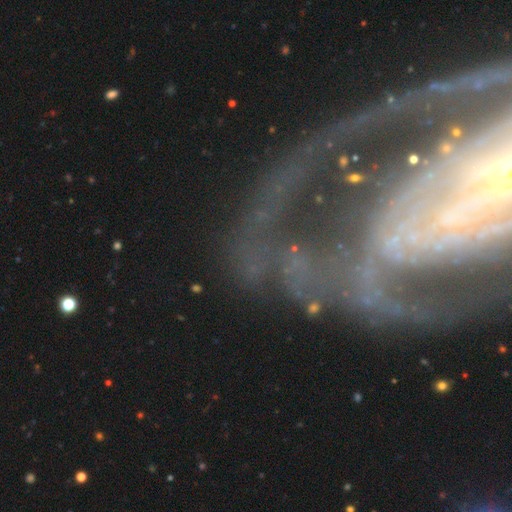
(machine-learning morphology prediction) Smooth or featured? Predicted: featured or disk (p=0.73). Edge-on disk? Predicted: no (p=0.92). Bar? Predicted: no (p=0.39). Spiral arms? Predicted: yes (p=0.77). Spiral winding? Predicted: tight (p=0.48). Spiral arm count? Predicted: 2 (p=0.43). Bulge size? Predicted: small (p=0.42). Merging? Predicted: none (p=0.62).